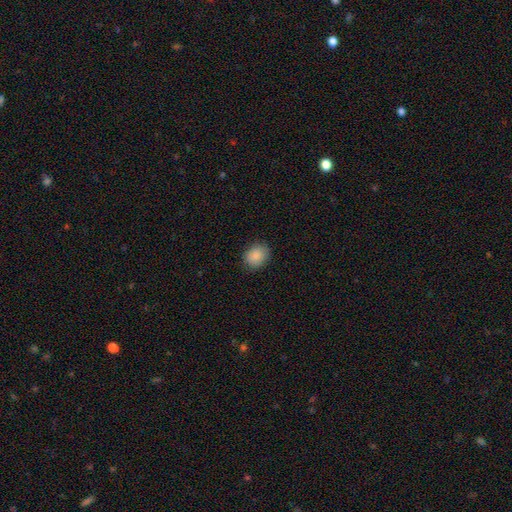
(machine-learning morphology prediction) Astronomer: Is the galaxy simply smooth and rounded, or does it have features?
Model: smooth — 89%.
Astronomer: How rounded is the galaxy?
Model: round — 51% (runner-up: in between, 48%).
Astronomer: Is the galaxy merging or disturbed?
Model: none — 85%.